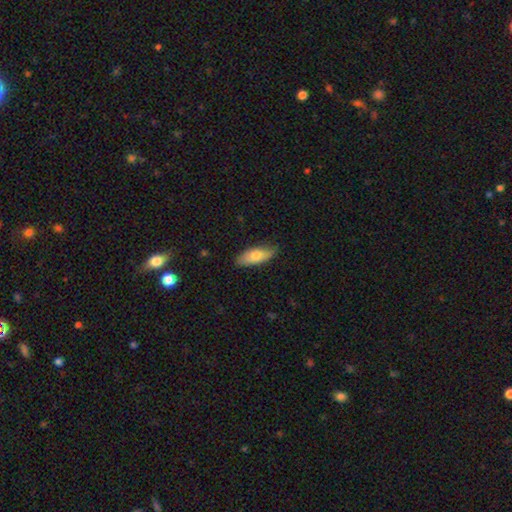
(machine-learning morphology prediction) Overall: smooth (74%). How rounded: in between (74%). Merging: none (78%).